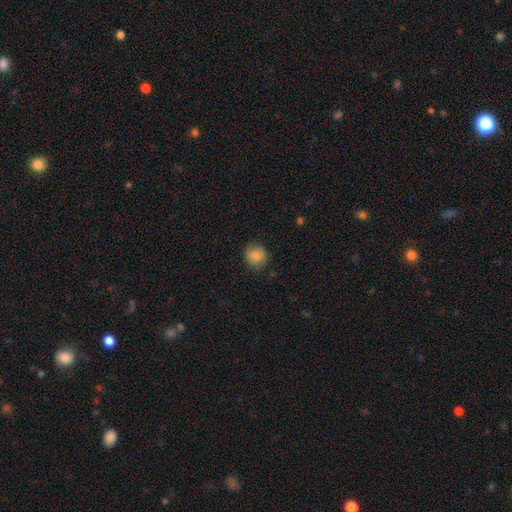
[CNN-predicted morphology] Smooth or featured: smooth — 85% (star or artifact — 9%)
How rounded: round — 81% (in between — 18%)
Merging: none — 81% (minor disturbance — 15%)